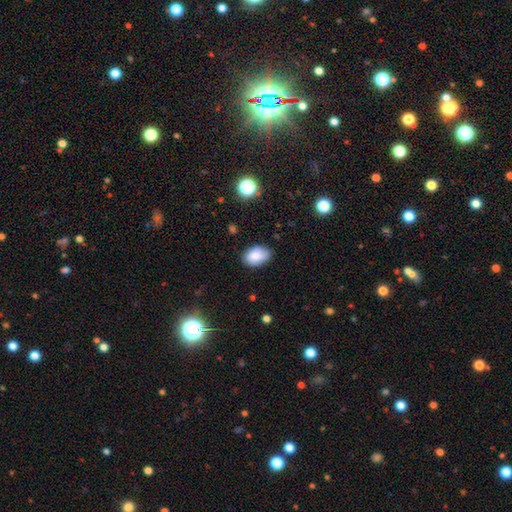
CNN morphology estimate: Smooth or featured? Predicted: smooth (p=0.86). How rounded? Predicted: in between (p=0.88). Merging? Predicted: none (p=0.79).